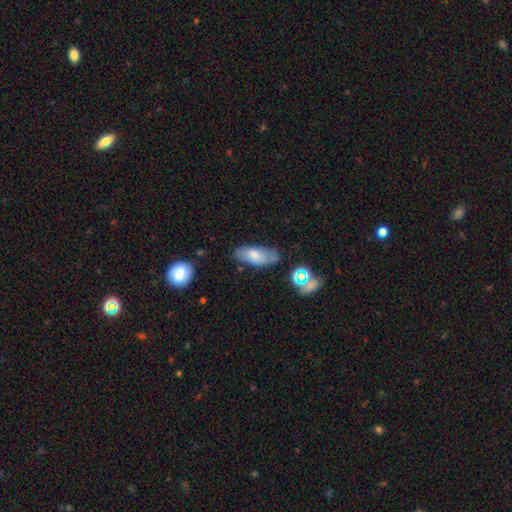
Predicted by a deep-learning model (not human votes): Q: Smooth or featured?
A: smooth (69%); runner-up: featured or disk (22%)
Q: How rounded?
A: in between (84%); runner-up: cigar-shaped (13%)
Q: Merging?
A: none (66%); runner-up: minor disturbance (23%)